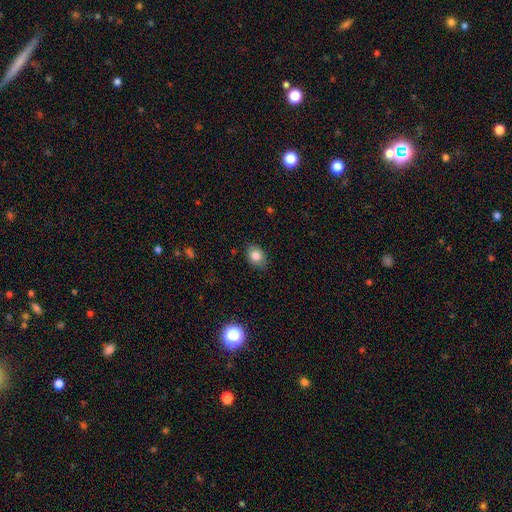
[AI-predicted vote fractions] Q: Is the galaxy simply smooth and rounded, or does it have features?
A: smooth — 81%.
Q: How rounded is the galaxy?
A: in between — 66%.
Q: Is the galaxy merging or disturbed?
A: none — 80%.